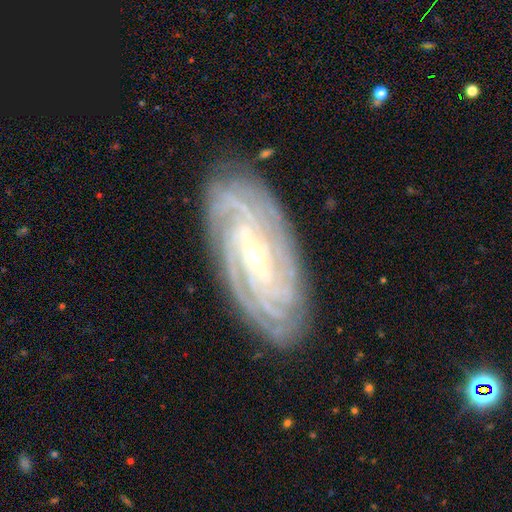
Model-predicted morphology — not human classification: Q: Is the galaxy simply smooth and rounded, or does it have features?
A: featured or disk — 91%.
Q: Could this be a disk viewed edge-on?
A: no — 94%.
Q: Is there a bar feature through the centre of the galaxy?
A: no — 39%.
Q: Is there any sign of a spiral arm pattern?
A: yes — 98%.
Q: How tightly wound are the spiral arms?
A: tight — 80%.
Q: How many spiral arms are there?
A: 4 — 32%.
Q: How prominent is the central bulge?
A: small — 65%.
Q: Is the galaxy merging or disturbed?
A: none — 84%.